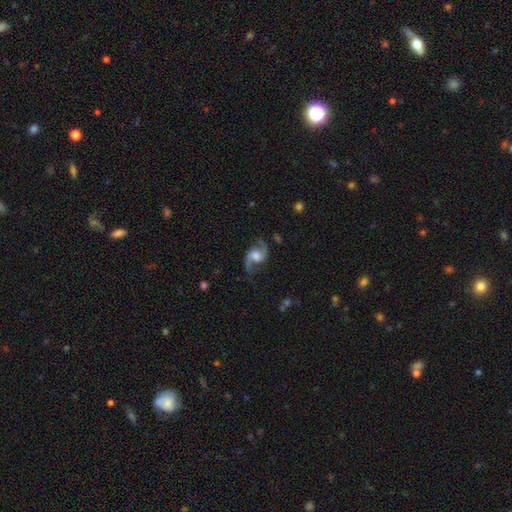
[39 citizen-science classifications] Overall: featured or disk (97%). Edge-on disk: no (97%). Bar: no (49%; weak 41%). Spiral arms: yes (100%). Spiral arm count: 2 (100%). Spiral winding: loose (59%; medium 41%). Bulge size: moderate (62%). Merging: none (89%).